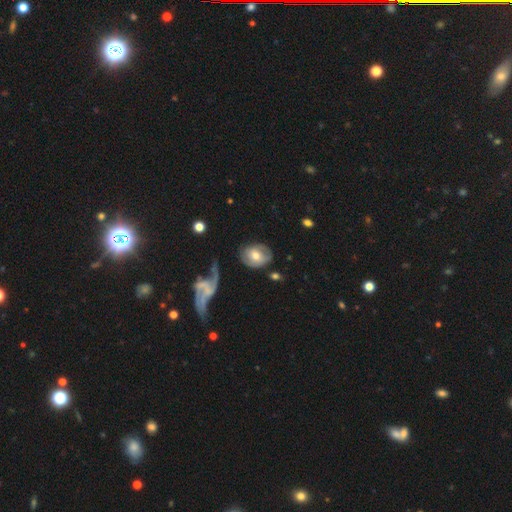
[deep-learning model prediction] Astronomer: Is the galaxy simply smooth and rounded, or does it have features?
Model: featured or disk — 49% (runner-up: smooth, 44%).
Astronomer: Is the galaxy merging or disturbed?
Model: none — 61%.